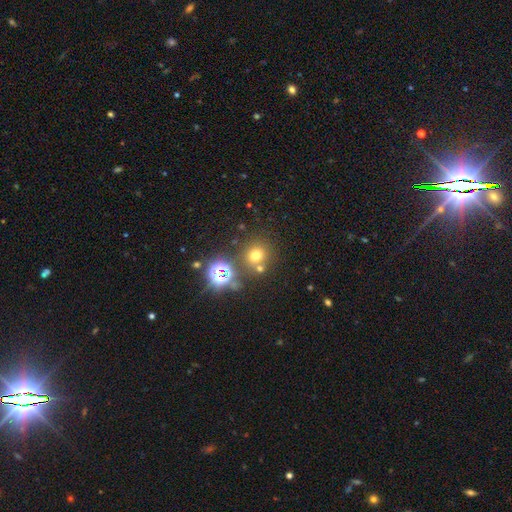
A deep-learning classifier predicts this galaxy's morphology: This is likely a smooth galaxy (63%). How rounded: clearly round (88%). Merging: likely none (71%).